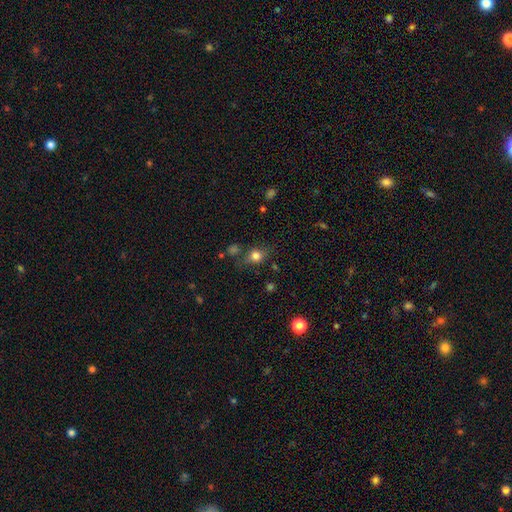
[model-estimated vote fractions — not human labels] This appears to be a smooth galaxy with no disk features (77%) that is round (65%). Merging: none (69%).